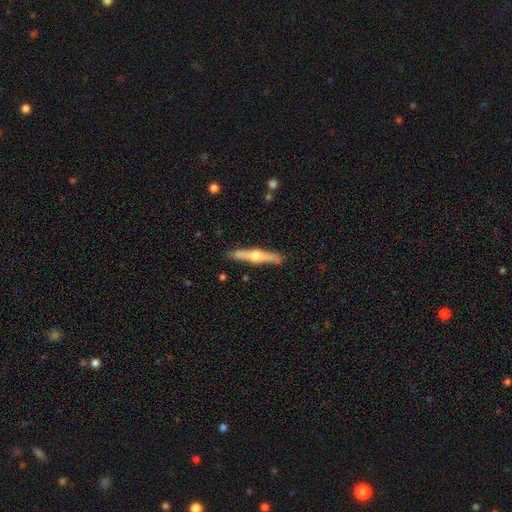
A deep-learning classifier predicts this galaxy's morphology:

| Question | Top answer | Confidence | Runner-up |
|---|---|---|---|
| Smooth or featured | featured or disk | 63% | smooth (31%) |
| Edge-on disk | yes | 96% | no (4%) |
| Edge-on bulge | rounded | 91% | none (5%) |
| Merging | none | 88% | minor disturbance (9%) |